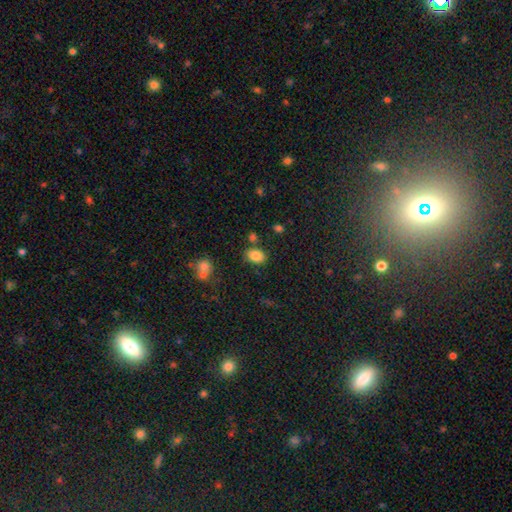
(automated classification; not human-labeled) Q: Smooth or featured?
A: smooth (85%); runner-up: star or artifact (10%)
Q: How rounded?
A: in between (80%); runner-up: round (19%)
Q: Merging?
A: none (74%); runner-up: minor disturbance (14%)